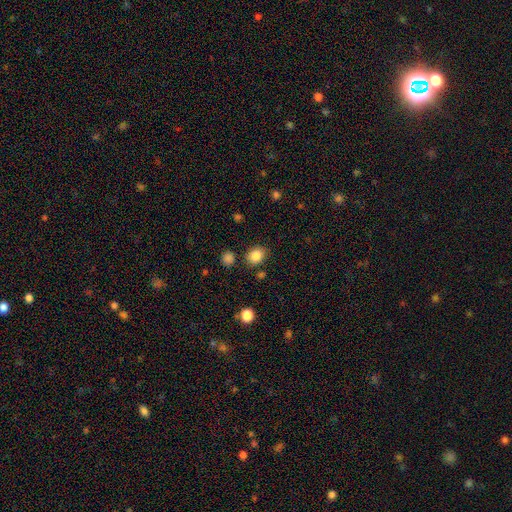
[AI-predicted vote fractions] smooth-or-featured: smooth: 85% | star or artifact: 10% | featured or disk: 5%
  how-rounded: round: 58% | in between: 41% | cigar-shaped: 1%
  merging: none: 82% | minor disturbance: 11% | merger: 4% | major disturbance: 3%